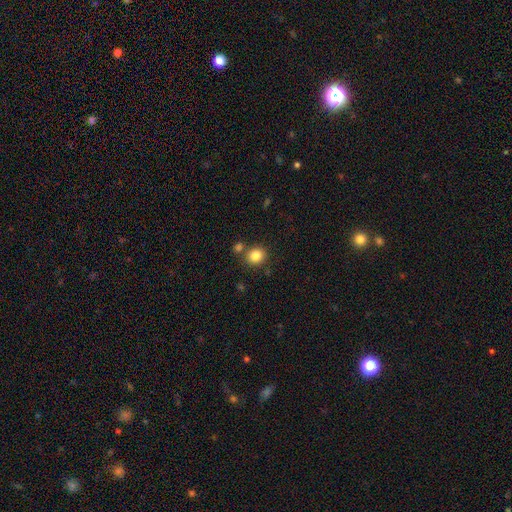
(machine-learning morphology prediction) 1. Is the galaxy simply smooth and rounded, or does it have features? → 83% smooth, 11% star or artifact, 6% featured or disk.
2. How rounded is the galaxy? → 81% round, 18% in between, 1% cigar-shaped.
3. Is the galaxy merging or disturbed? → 76% none, 13% merger, 9% minor disturbance, 3% major disturbance.